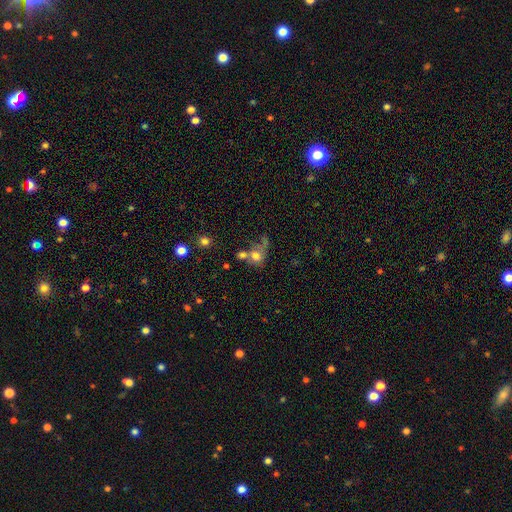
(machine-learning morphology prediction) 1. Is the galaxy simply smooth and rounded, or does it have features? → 66% smooth, 21% featured or disk, 13% star or artifact.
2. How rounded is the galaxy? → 56% round, 42% in between, 2% cigar-shaped.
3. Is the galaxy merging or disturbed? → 43% merger, 23% none, 21% major disturbance, 13% minor disturbance.